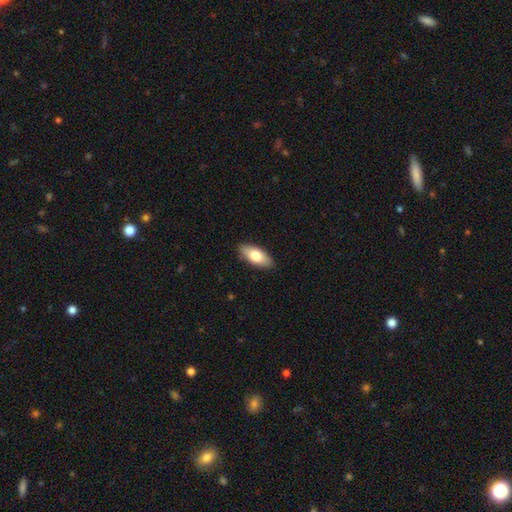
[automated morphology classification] Smooth or featured: smooth — 76% (featured or disk — 19%)
How rounded: in between — 84% (cigar-shaped — 14%)
Merging: none — 88% (minor disturbance — 10%)